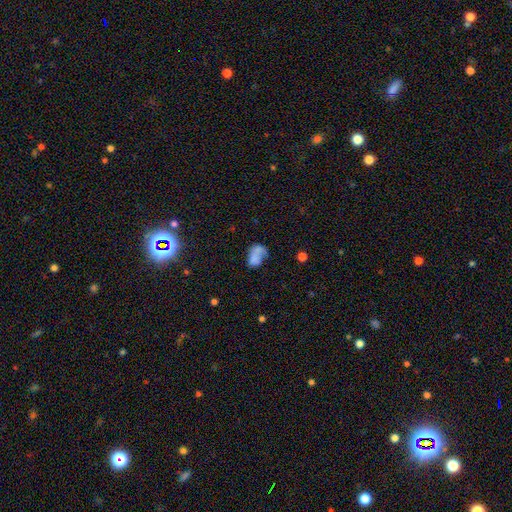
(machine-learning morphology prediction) Overall: smooth (61%; featured or disk 27%). How rounded: in between (82%). Merging: major disturbance (34%; none 29%).